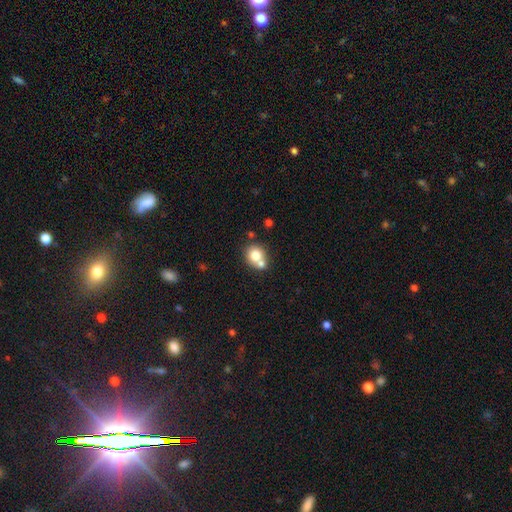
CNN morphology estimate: The model was most divided on "merging" (2-way tie): merger: 44%, none: 44%, minor disturbance: 8%, major disturbance: 3%. More confident: how rounded — round (79%); smooth or featured — smooth (76%).